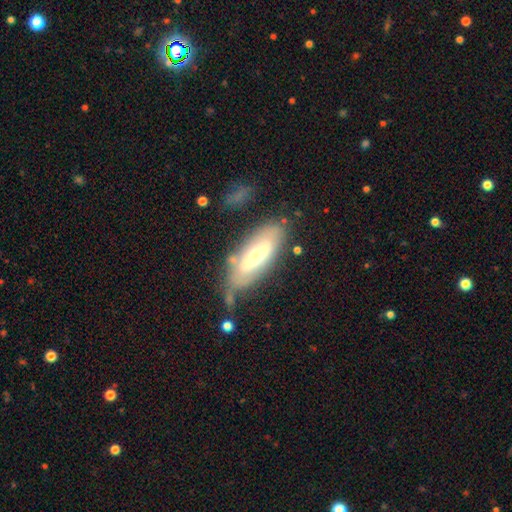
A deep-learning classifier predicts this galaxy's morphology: type=featured or disk (54%); edge-on=no (76%); merging=none (60%).